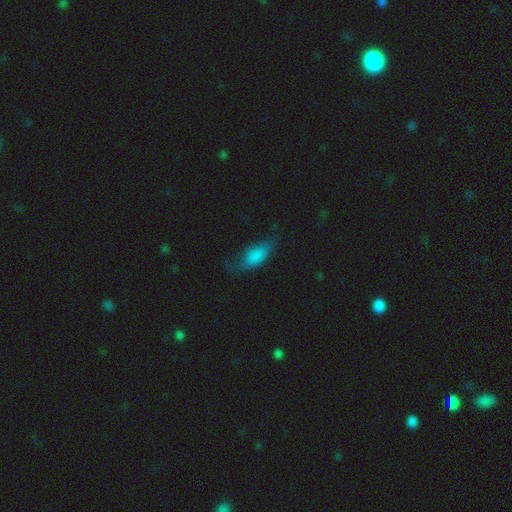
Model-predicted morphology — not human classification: Smooth or featured? Predicted: smooth (p=0.73). How rounded? Predicted: in between (p=0.82). Merging? Predicted: none (p=0.44).